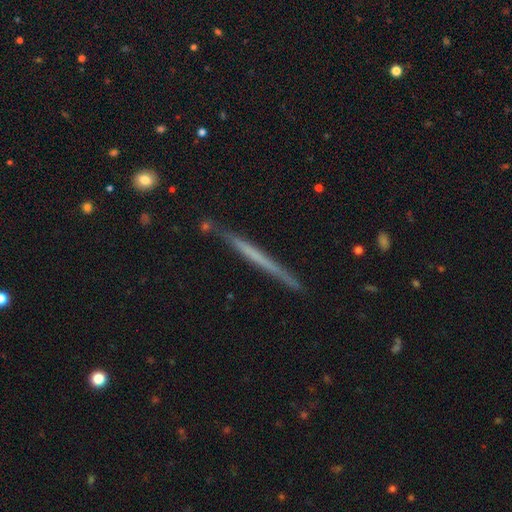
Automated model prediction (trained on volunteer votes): The model was most divided on "smooth or featured": featured or disk: 55%, smooth: 39%, star or artifact: 6%. More confident: edge-on disk — yes (97%); edge-on bulge — none (91%); merging — none (88%).